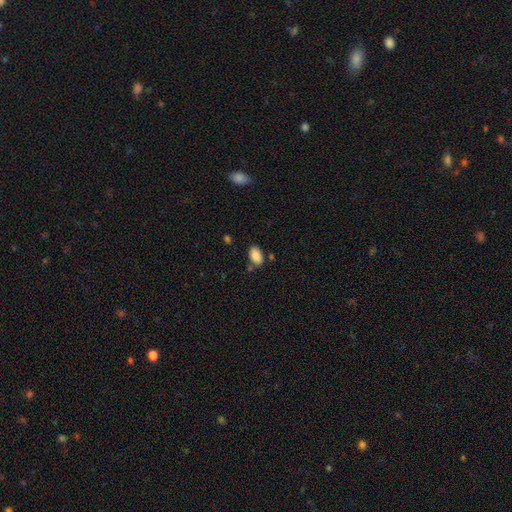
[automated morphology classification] Smooth or featured? smooth (88%)
How rounded? in between (93%)
Merging? none (76%)